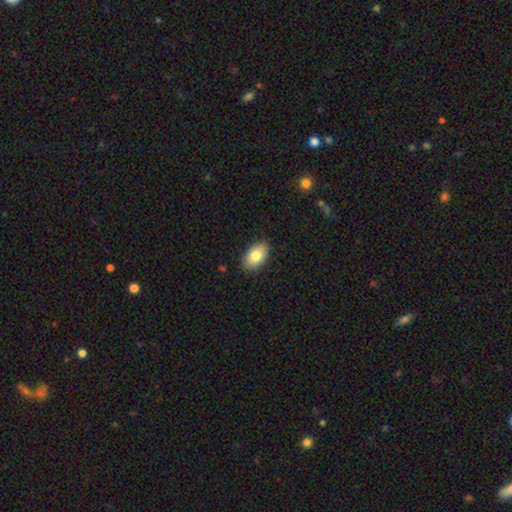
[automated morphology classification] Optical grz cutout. It shows a smooth galaxy with no disk features (80%) that is in between round and cigar-shaped (93%). Merging: none (88%).